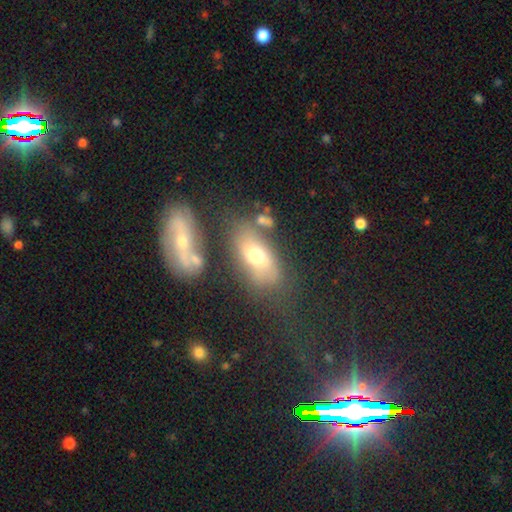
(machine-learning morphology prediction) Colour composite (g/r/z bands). It shows a smooth galaxy with no disk features (60%) that is in between round and cigar-shaped (86%). Merging: none (54%).